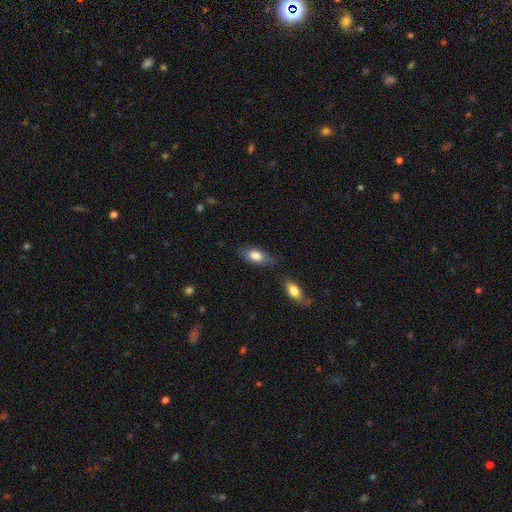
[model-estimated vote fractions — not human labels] This is likely a smooth galaxy (78%). How rounded: clearly in between (85%). Merging: likely none (72%).